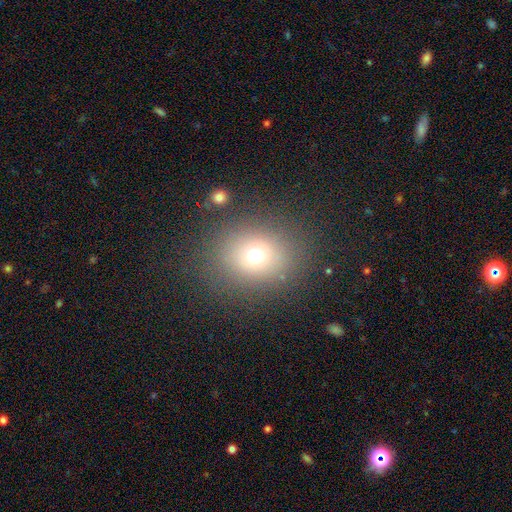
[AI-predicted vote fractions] A smooth galaxy with no disk features (68%) that is round (69%).

Vote fractions:
- Smooth or featured? smooth: 68% / star or artifact: 21% / featured or disk: 11%
- How rounded? round: 69% / in between: 30% / cigar-shaped: 1%
- Merging? none: 82% / minor disturbance: 9% / major disturbance: 6% / merger: 4%